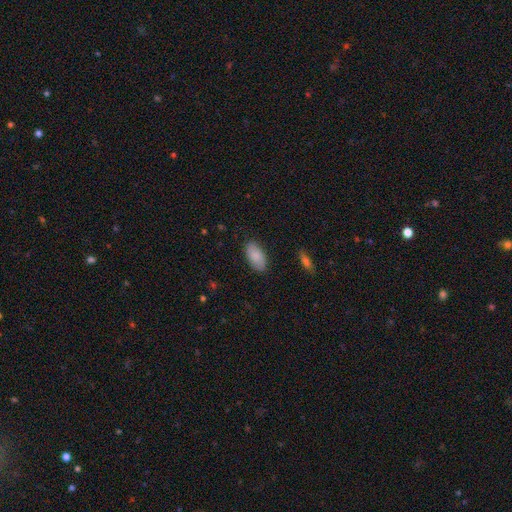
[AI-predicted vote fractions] smooth-or-featured: smooth: 87% | featured or disk: 7% | star or artifact: 6%
  how-rounded: in between: 93% | cigar-shaped: 5% | round: 2%
  merging: none: 85% | minor disturbance: 11% | major disturbance: 3% | merger: 1%